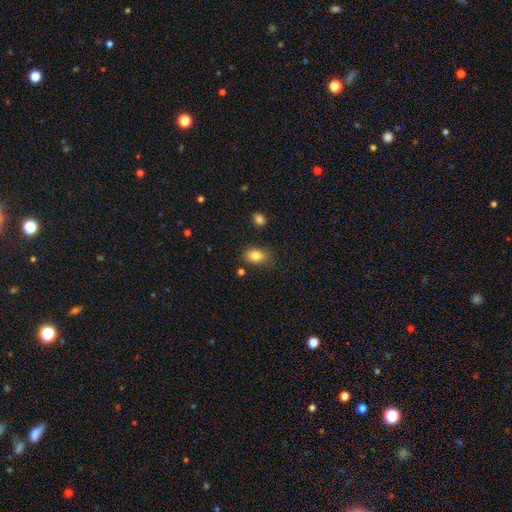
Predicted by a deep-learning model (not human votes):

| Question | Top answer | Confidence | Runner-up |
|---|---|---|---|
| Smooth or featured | smooth | 82% | star or artifact (9%) |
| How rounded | in between | 80% | round (18%) |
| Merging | none | 74% | minor disturbance (19%) |